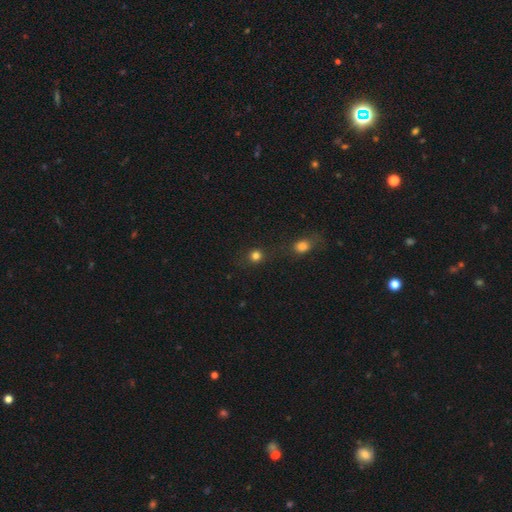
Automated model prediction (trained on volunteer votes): smooth_or_featured: smooth (p=0.79) [alt: star or artifact p=0.16]
how_rounded: round (p=0.88) [alt: in between p=0.11]
merging: none (p=0.76) [alt: merger p=0.10]